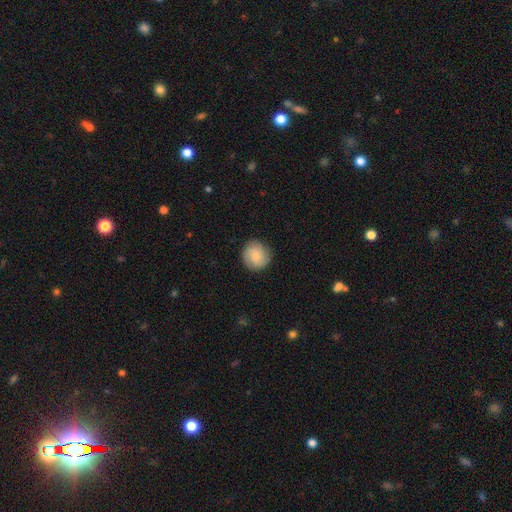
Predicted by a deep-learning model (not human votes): Morphology: type=smooth (71%); roundness=round (91%); merging=none (86%).